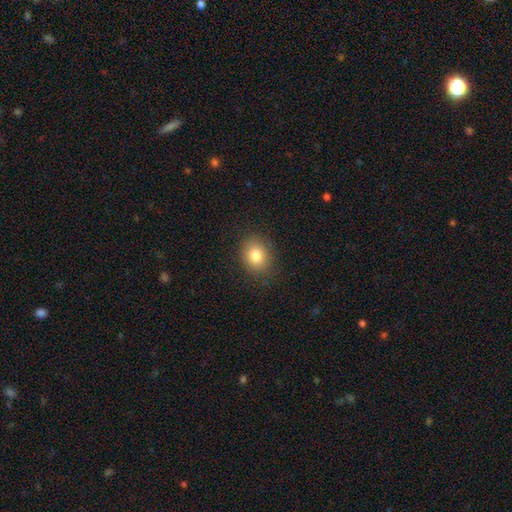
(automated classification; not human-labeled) Morphology: type=smooth (82%); roundness=round (52%); merging=none (86%).